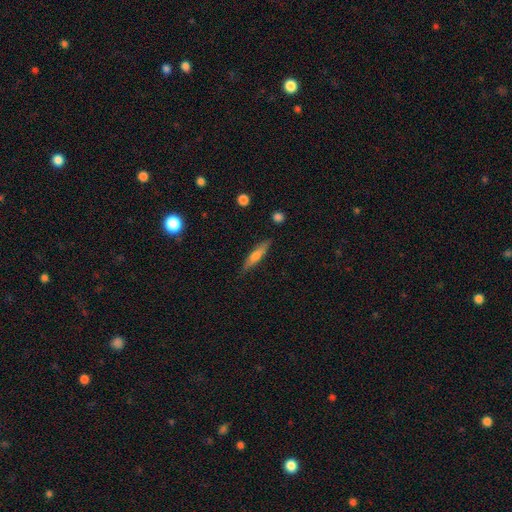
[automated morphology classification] smooth-or-featured: smooth: 63% | featured or disk: 31% | star or artifact: 6%
  how-rounded: cigar-shaped: 84% | in between: 14% | round: 2%
  merging: none: 85% | minor disturbance: 11% | major disturbance: 2% | merger: 2%